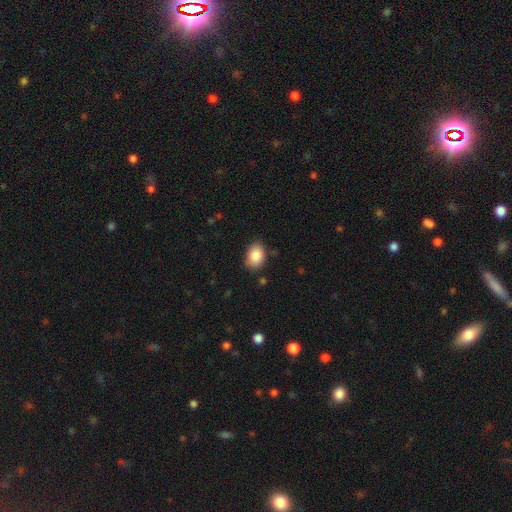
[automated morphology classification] A smooth galaxy with no disk features (87%) that is in between round and cigar-shaped (80%). Merging: none (81%).